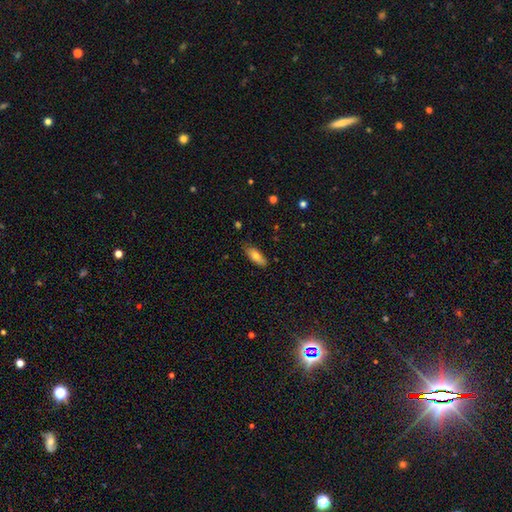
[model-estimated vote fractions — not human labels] smooth_or_featured: smooth (p=0.74) [alt: featured or disk p=0.19]
how_rounded: in between (p=0.68) [alt: cigar-shaped p=0.30]
merging: none (p=0.79) [alt: minor disturbance p=0.17]